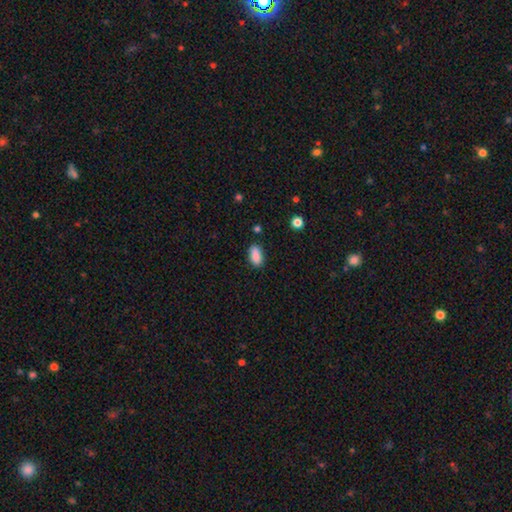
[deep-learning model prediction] smooth-or-featured: smooth: 88% | star or artifact: 8% | featured or disk: 4%
  how-rounded: in between: 91% | cigar-shaped: 5% | round: 4%
  merging: none: 80% | minor disturbance: 14% | major disturbance: 3% | merger: 3%